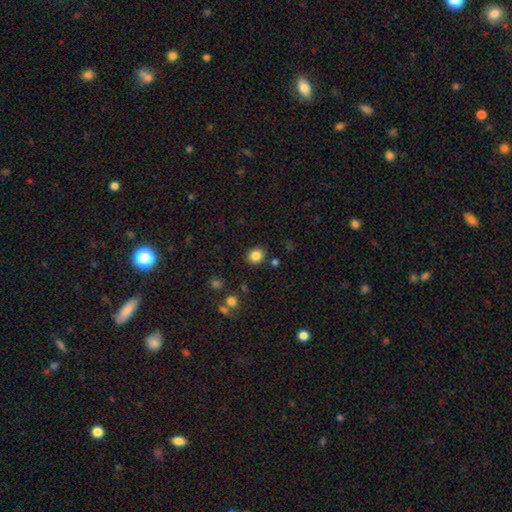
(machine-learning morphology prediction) This is clearly a smooth galaxy (84%). How rounded: likely round (79%). Merging: clearly none (86%).